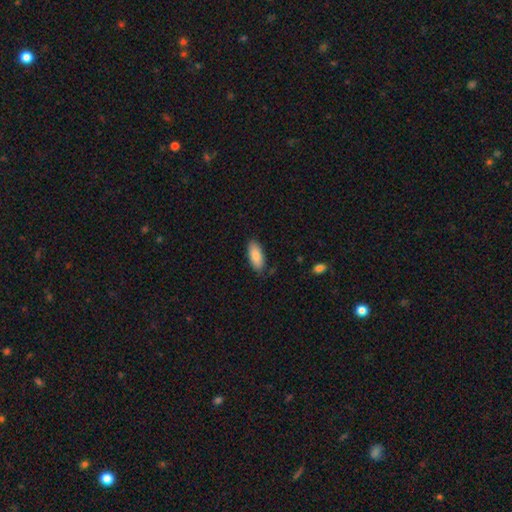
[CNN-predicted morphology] Smooth or featured? smooth (87%)
How rounded? in between (87%)
Merging? none (84%)